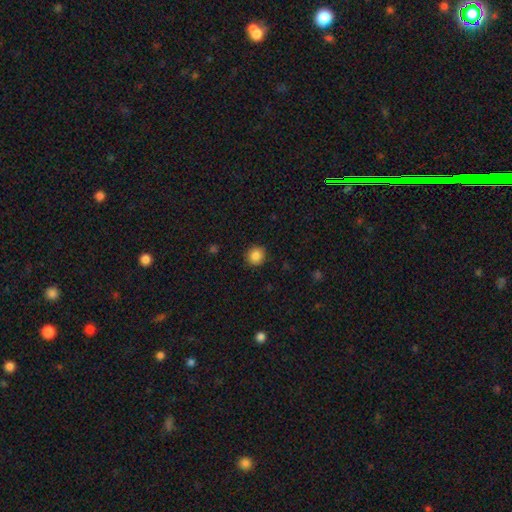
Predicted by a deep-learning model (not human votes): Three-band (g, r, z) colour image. It shows a smooth galaxy with no disk features (86%) that is round (89%). Merging: none (90%).